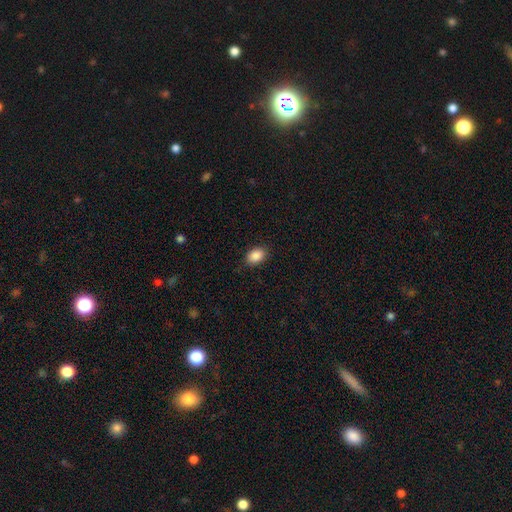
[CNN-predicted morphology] A smooth galaxy with no disk features (89%) that is in between round and cigar-shaped (84%).

Vote fractions:
- Smooth or featured? smooth: 89% / star or artifact: 8% / featured or disk: 3%
- How rounded? in between: 84% / round: 14% / cigar-shaped: 1%
- Merging? none: 87% / minor disturbance: 10% / major disturbance: 2% / merger: 1%